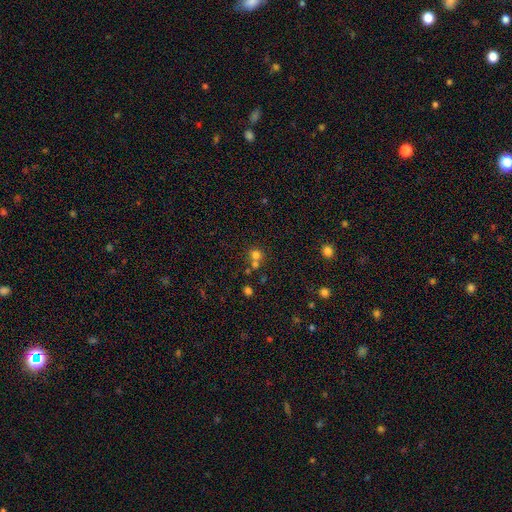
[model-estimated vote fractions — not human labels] Morphology: type=smooth (72%); roundness=round (87%); merging=none (50%).